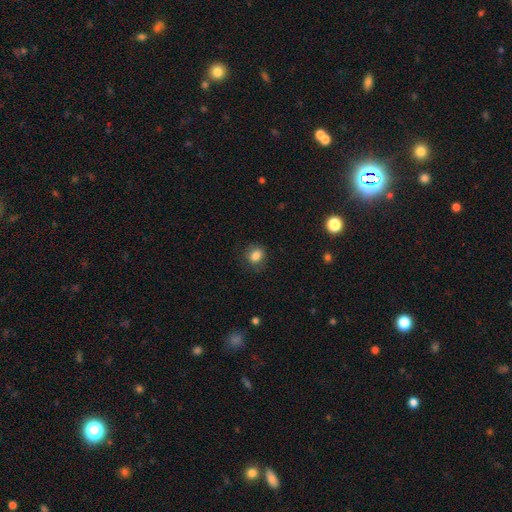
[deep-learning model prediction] The model was most divided on "how rounded": round: 64%, in between: 35%, cigar-shaped: 1%. More confident: smooth or featured — smooth (83%); merging — none (79%).